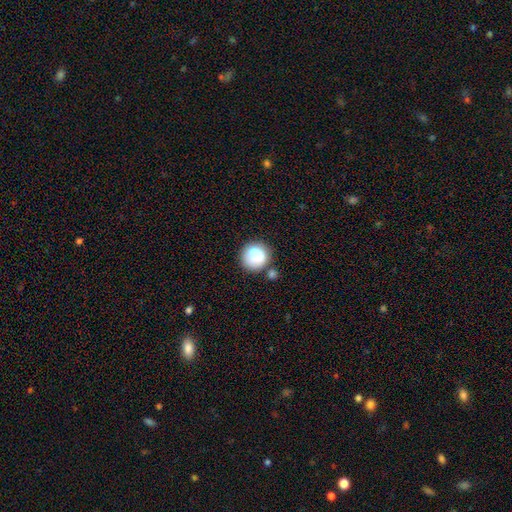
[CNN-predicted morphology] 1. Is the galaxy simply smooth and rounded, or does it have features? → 81% smooth, 10% featured or disk, 8% star or artifact.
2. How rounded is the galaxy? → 91% round, 8% in between, 1% cigar-shaped.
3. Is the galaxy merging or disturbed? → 64% none, 17% merger, 15% minor disturbance, 5% major disturbance.